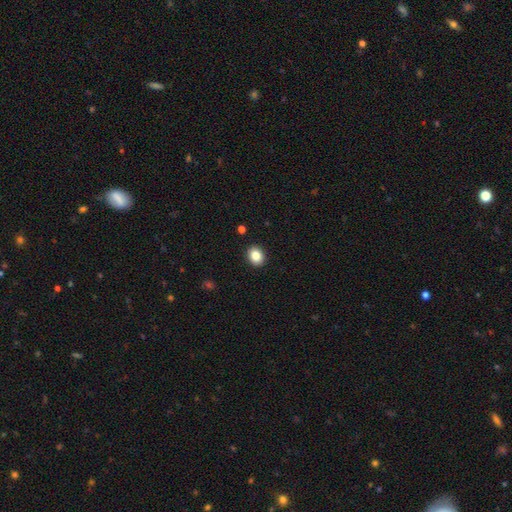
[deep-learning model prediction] smooth 85%, star or artifact 9%, featured or disk 5%. Down the decision tree: how rounded — round (56%); merging — none (91%).